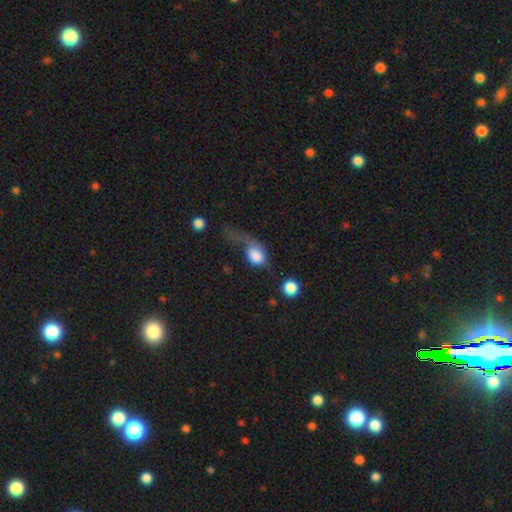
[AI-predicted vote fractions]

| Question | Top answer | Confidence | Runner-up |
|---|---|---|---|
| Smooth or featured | smooth | 74% | featured or disk (17%) |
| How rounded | in between | 52% | round (45%) |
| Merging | major disturbance | 57% | minor disturbance (18%) |